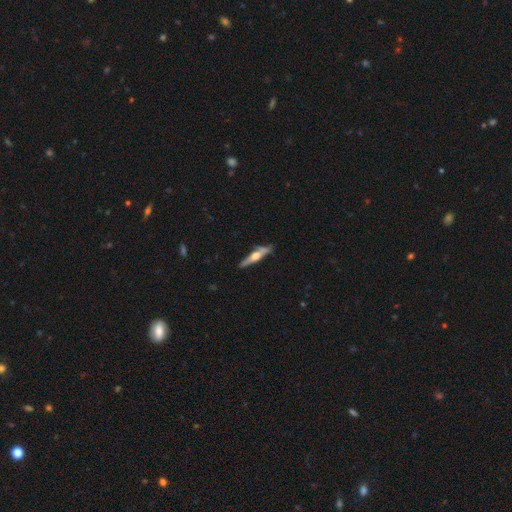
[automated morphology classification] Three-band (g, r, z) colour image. It shows a featured or disk galaxy (65%) viewed edge-on (96%) with a rounded central bulge (90%). Merging: none (78%).